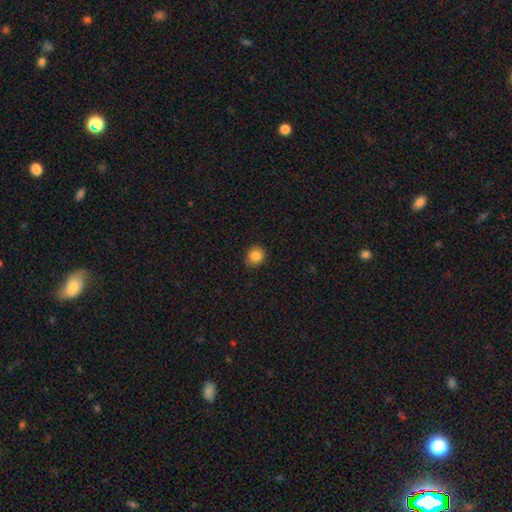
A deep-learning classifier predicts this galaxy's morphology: smooth_or_featured: smooth (p=0.84) [alt: star or artifact p=0.11]
how_rounded: round (p=0.84) [alt: in between p=0.16]
merging: none (p=0.85) [alt: minor disturbance p=0.12]